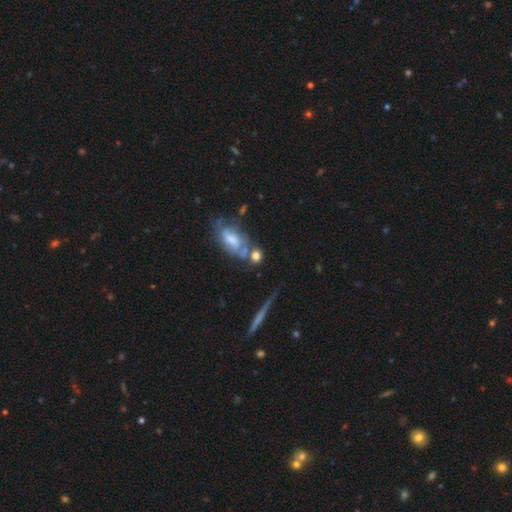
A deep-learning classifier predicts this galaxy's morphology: Q: Smooth or featured?
A: smooth (63%); runner-up: featured or disk (26%)
Q: How rounded?
A: round (55%); runner-up: in between (38%)
Q: Merging?
A: none (44%); runner-up: merger (32%)